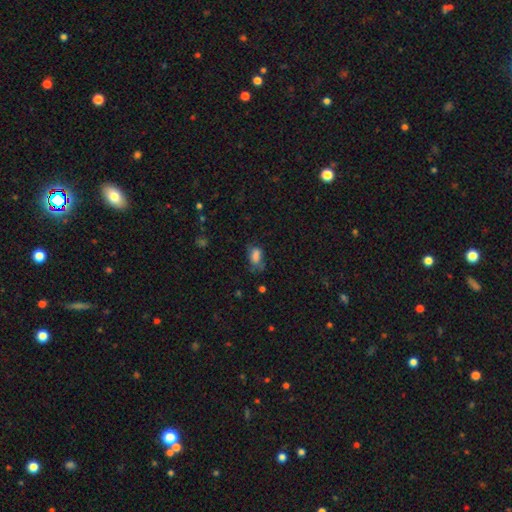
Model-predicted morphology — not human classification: Smooth or featured? smooth (76%)
How rounded? in between (87%)
Merging? none (43%)